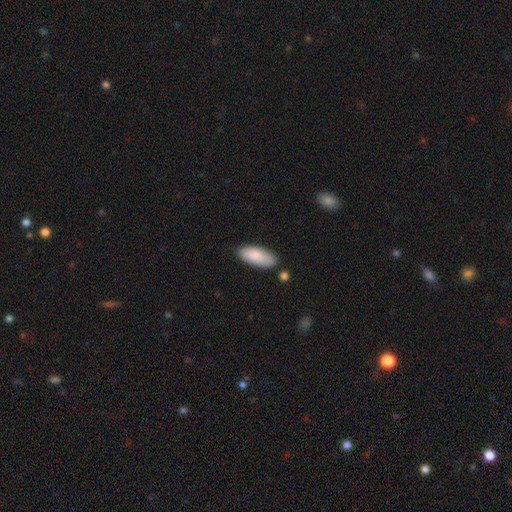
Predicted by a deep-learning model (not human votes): A smooth galaxy with no disk features (87%) that is in between round and cigar-shaped (80%). Merging: none (80%).